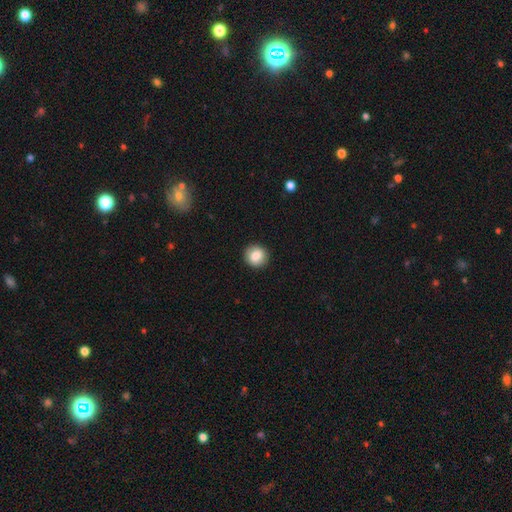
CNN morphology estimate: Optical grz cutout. It shows a smooth galaxy with no disk features (84%) that is round (90%). Merging: none (92%).